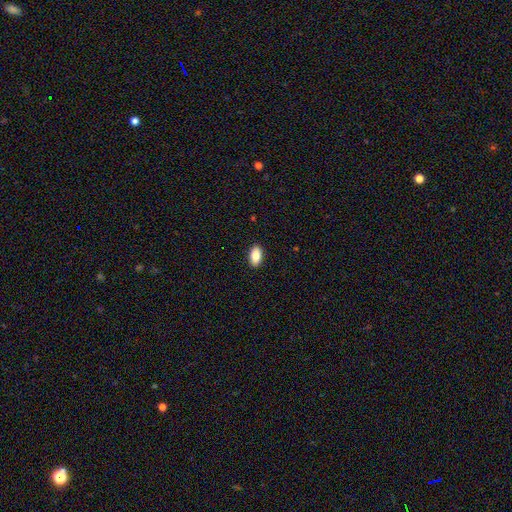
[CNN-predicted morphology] Smooth or featured?
  - smooth: 87% *
  - star or artifact: 7%
  - featured or disk: 6%
How rounded?
  - in between: 93% *
  - round: 4%
  - cigar-shaped: 3%
Merging?
  - none: 90% *
  - minor disturbance: 7%
  - major disturbance: 2%
  - merger: 1%